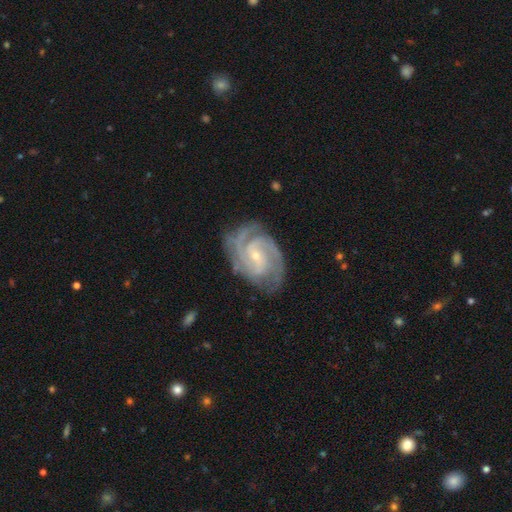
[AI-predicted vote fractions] smooth_or_featured: featured or disk (p=0.91) [alt: star or artifact p=0.05]
disk_edge_on: no (p=0.98) [alt: yes p=0.02]
bar: no (p=0.46) [alt: weak p=0.42]
has_spiral_arms: yes (p=0.98) [alt: no p=0.02]
spiral_winding: tight (p=0.56) [alt: medium p=0.39]
spiral_arm_count: 3 (p=0.36) [alt: 2 p=0.29]
bulge_size: small (p=0.76) [alt: moderate p=0.20]
merging: none (p=0.75) [alt: minor disturbance p=0.18]